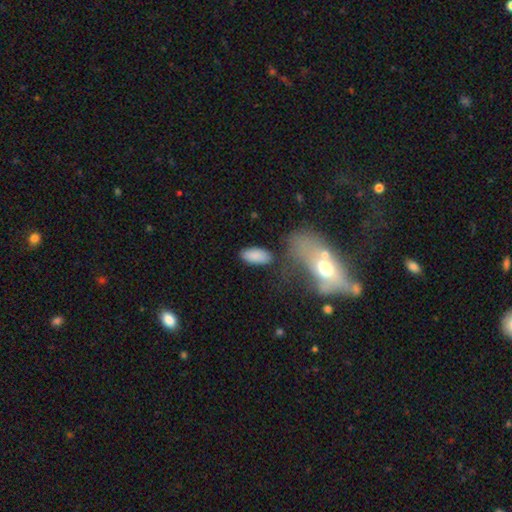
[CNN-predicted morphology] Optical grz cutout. It shows a smooth galaxy with no disk features (86%) that is in between round and cigar-shaped (92%). Merging: none (75%).